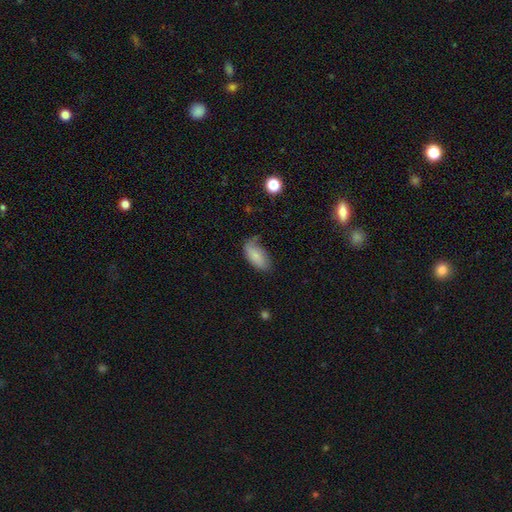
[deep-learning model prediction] A smooth galaxy with no disk features (81%) that is in between round and cigar-shaped (91%). Merging: none (56%).